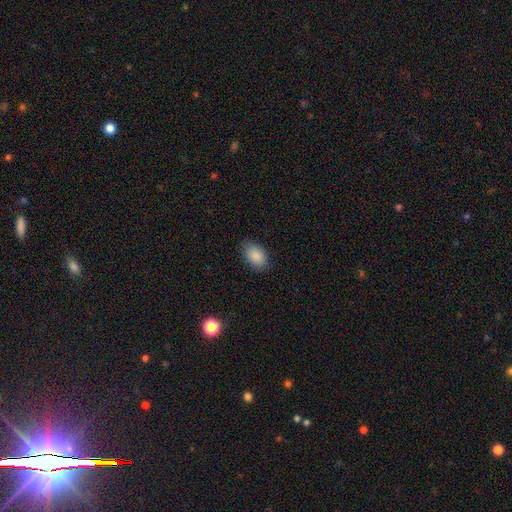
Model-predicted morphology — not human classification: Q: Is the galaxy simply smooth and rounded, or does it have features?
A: smooth — 88%.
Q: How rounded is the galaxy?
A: in between — 90%.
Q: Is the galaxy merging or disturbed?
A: none — 83%.